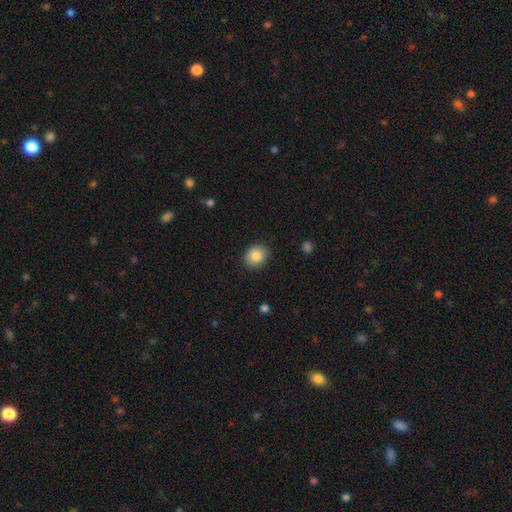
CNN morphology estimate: smooth_or_featured: smooth (p=0.85) [alt: star or artifact p=0.09]
how_rounded: round (p=0.66) [alt: in between p=0.33]
merging: none (p=0.89) [alt: minor disturbance p=0.07]